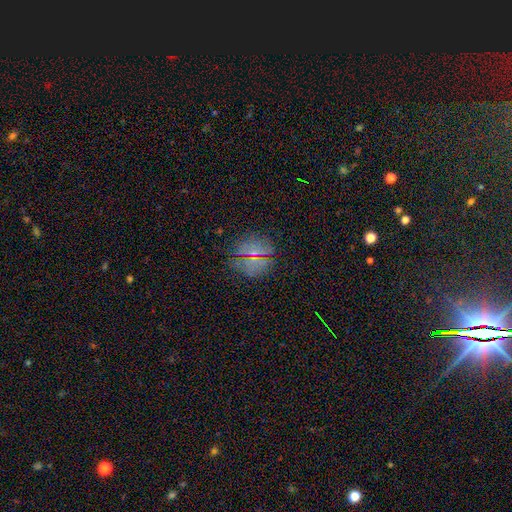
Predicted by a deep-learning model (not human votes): smooth_or_featured: smooth (p=0.52) [alt: star or artifact p=0.36]
how_rounded: round (p=0.90) [alt: in between p=0.09]
merging: none (p=0.83) [alt: minor disturbance p=0.11]